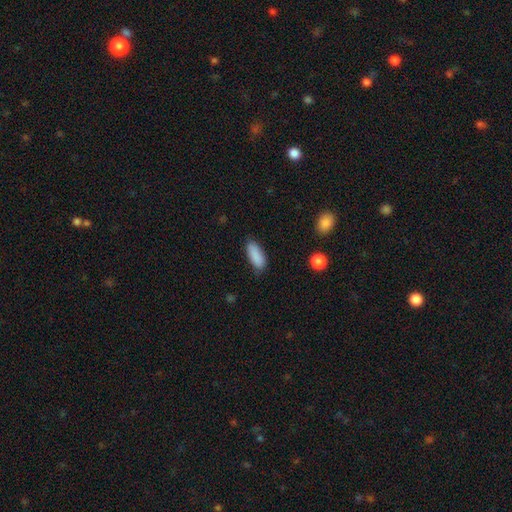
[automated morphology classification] This appears to be a smooth galaxy with no disk features (89%) that is in between round and cigar-shaped (79%). Merging: none (81%).